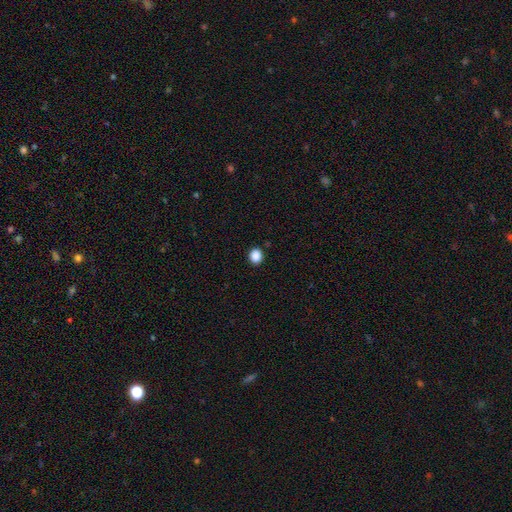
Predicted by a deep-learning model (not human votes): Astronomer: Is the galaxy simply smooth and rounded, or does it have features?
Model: smooth — 88%.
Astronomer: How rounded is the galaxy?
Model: round — 70%.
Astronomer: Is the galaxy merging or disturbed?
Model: none — 91%.